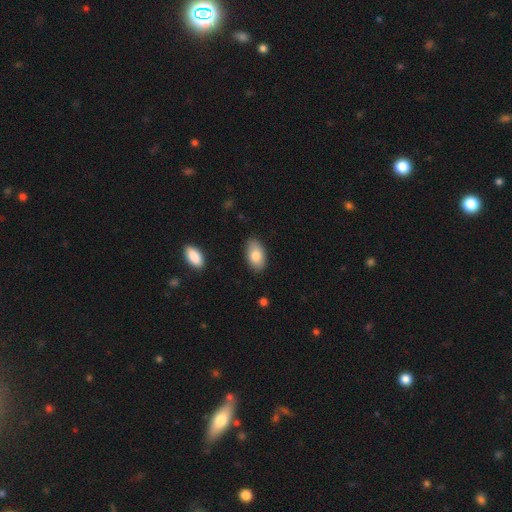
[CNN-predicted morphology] smooth 82%, featured or disk 12%, star or artifact 6%. Down the decision tree: how rounded — in between (94%); merging — none (83%).